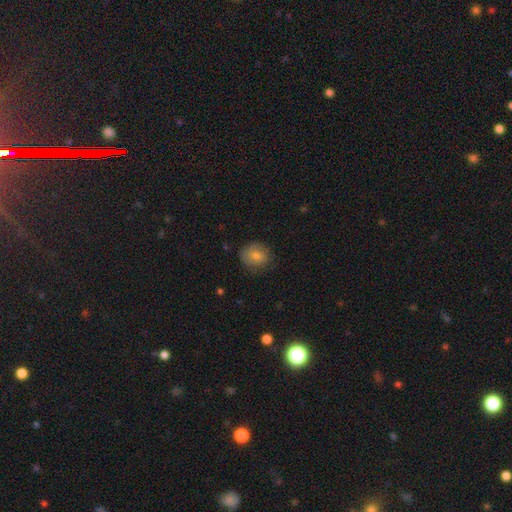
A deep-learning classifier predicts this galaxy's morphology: Overall: smooth (79%). How rounded: round (73%). Merging: none (76%).